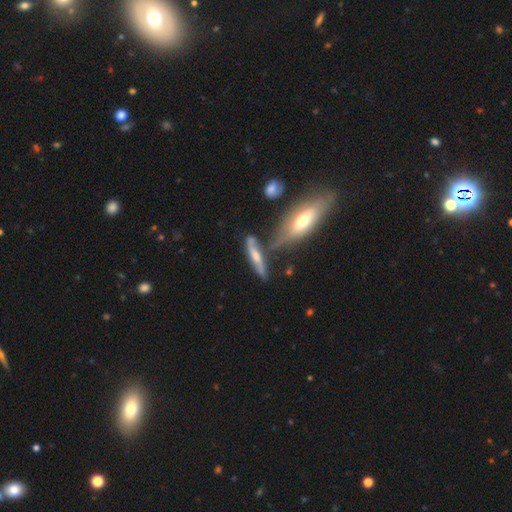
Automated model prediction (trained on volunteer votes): This is possibly a featured or disk galaxy (55%). It is likely viewed edge-on (61%). Merging: marginally none (42%).